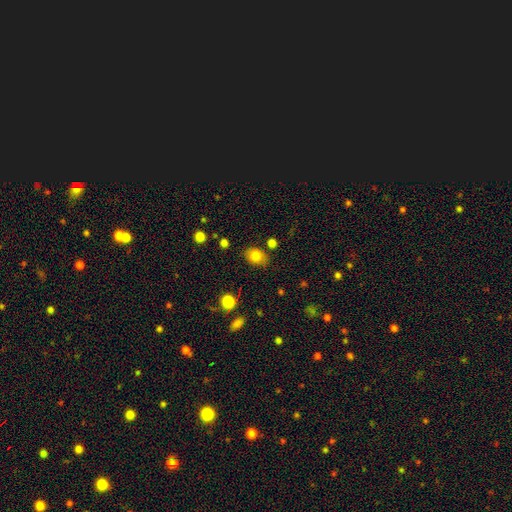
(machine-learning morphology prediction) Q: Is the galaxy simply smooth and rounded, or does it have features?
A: smooth — 81%.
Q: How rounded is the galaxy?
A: in between — 70%.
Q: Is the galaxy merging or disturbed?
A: none — 80%.